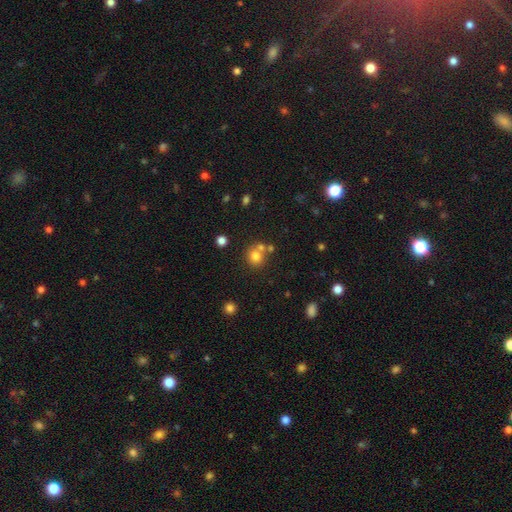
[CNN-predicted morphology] This is likely a smooth galaxy (77%). How rounded: clearly round (86%). Merging: likely none (61%).